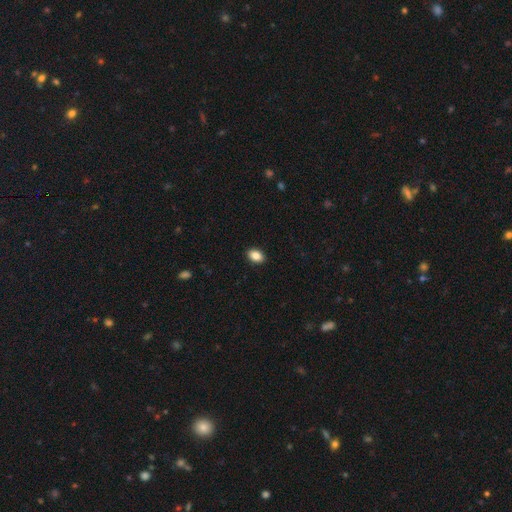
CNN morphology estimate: The model was most divided on "how rounded": in between: 83%, round: 15%, cigar-shaped: 1%. More confident: merging — none (91%); smooth or featured — smooth (87%).